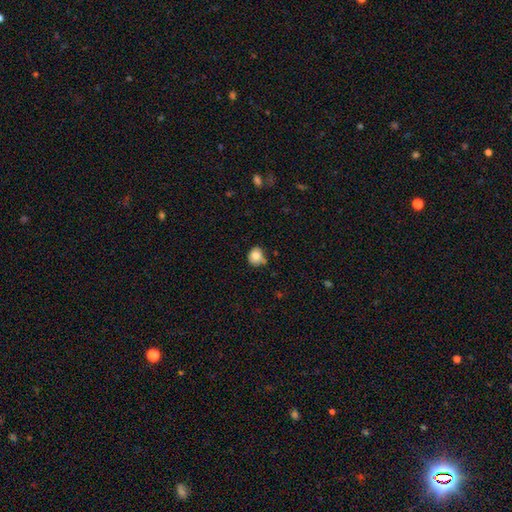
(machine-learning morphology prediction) Smooth or featured? Predicted: smooth (p=0.80). How rounded? Predicted: round (p=0.77). Merging? Predicted: none (p=0.62).